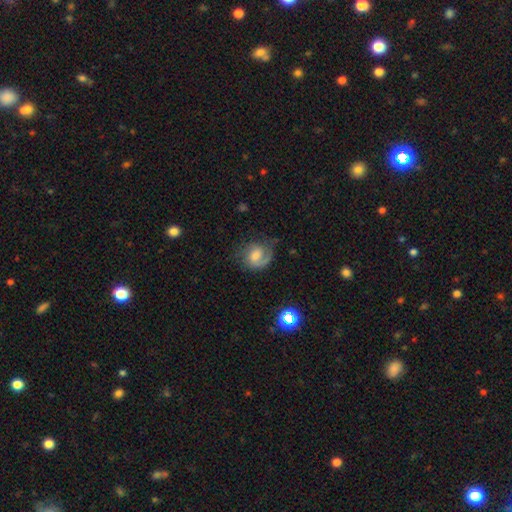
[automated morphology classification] A featured or disk galaxy (64%) with a weak bar (47%), 1 (45%) medium (43%) spiral arms (91%) and a moderate central bulge (46%). Merging: none (62%).